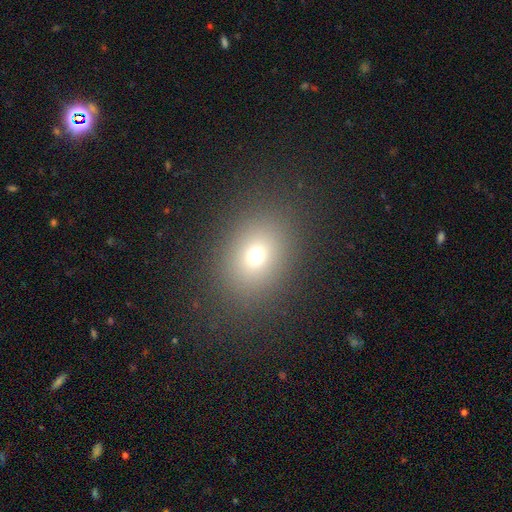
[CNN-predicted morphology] The model was most divided on "how rounded": in between: 50%, round: 49%, cigar-shaped: 1%. More confident: merging — none (86%); smooth or featured — smooth (70%).